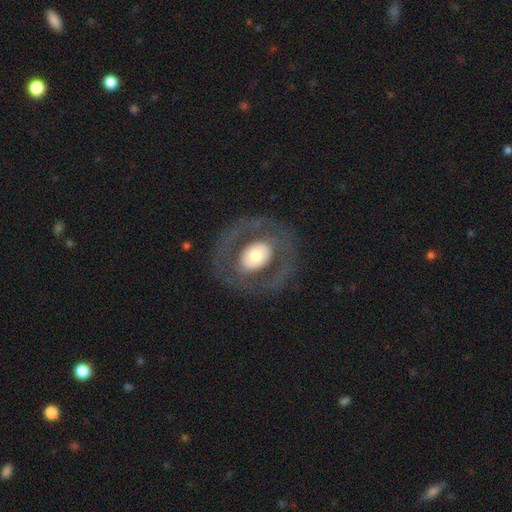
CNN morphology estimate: smooth_or_featured: featured or disk (p=0.55) [alt: smooth p=0.39]
disk_edge_on: no (p=0.94) [alt: yes p=0.06]
bar: no (p=0.78) [alt: weak p=0.14]
has_spiral_arms: no (p=0.77) [alt: yes p=0.23]
bulge_size: moderate (p=0.50) [alt: large p=0.33]
merging: none (p=0.78) [alt: major disturbance p=0.11]